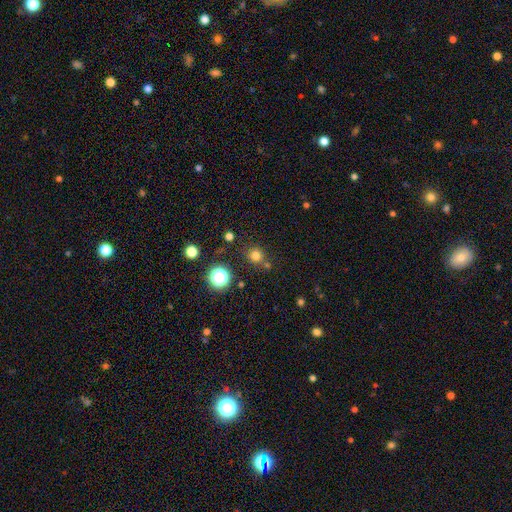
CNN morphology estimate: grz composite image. It shows a smooth galaxy with no disk features (75%) that is round (90%). Merging: none (79%).